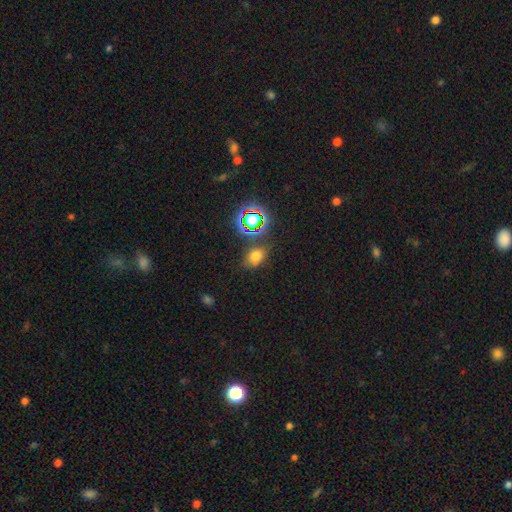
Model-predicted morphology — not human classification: The model was most divided on "smooth or featured": smooth: 63%, star or artifact: 28%, featured or disk: 9%. More confident: merging — none (70%); how rounded — in between (67%).